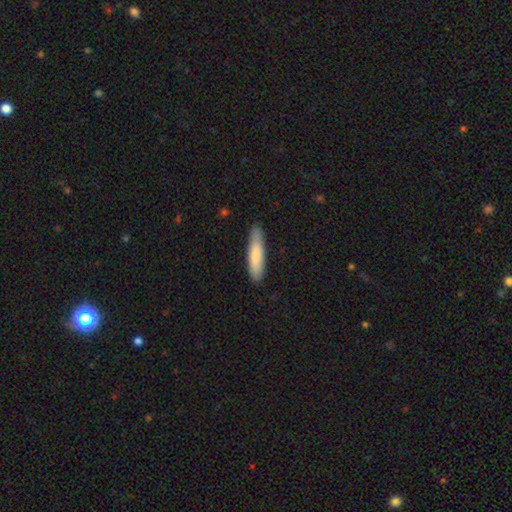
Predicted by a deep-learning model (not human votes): smooth-or-featured: smooth: 80% | featured or disk: 15% | star or artifact: 5%
  how-rounded: cigar-shaped: 77% | in between: 22% | round: 1%
  merging: none: 84% | minor disturbance: 12% | major disturbance: 2% | merger: 1%